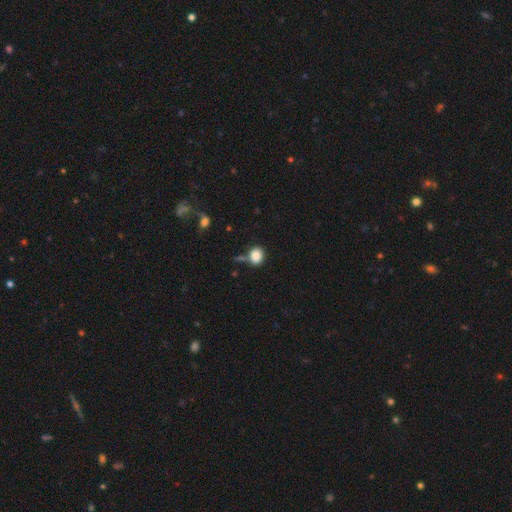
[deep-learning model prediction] Morphology: type=smooth (86%); roundness=round (56%); merging=none (68%).